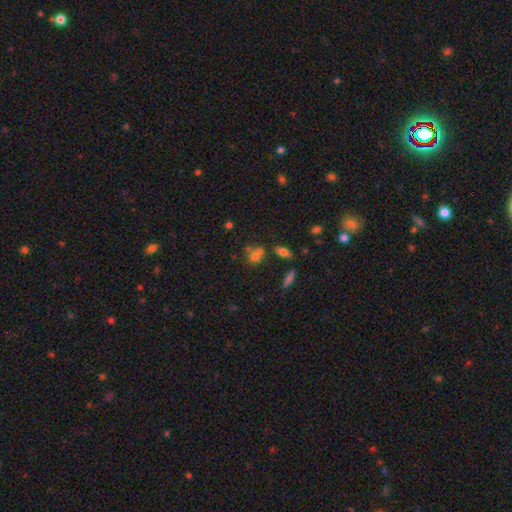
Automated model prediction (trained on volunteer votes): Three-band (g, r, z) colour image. It shows a smooth galaxy with no disk features (65%) that is round (59%). Merging: merger (45%).